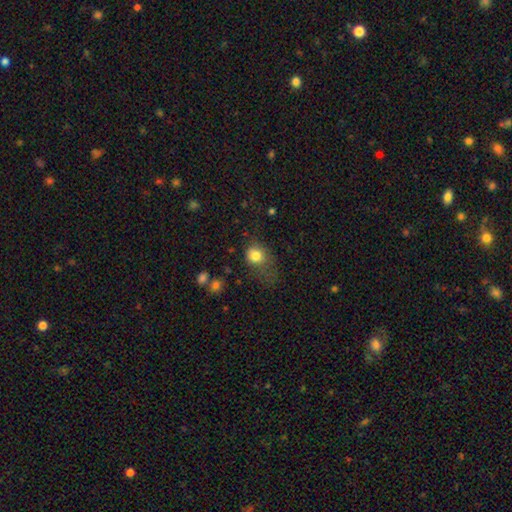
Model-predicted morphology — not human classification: Smooth or featured? smooth (80%)
How rounded? round (65%)
Merging? none (39%)